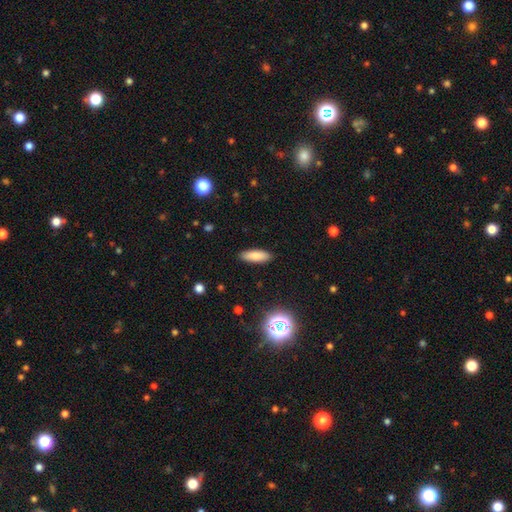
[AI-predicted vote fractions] smooth-or-featured: smooth: 81% | featured or disk: 10% | star or artifact: 8%
  how-rounded: in between: 58% | cigar-shaped: 39% | round: 2%
  merging: none: 89% | minor disturbance: 8% | major disturbance: 2% | merger: 1%